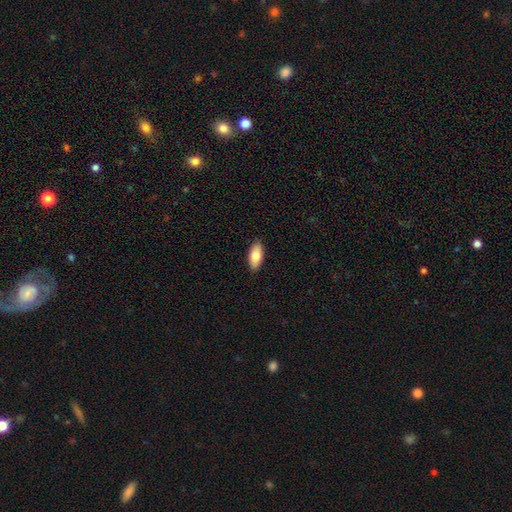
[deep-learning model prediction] smooth 79%, featured or disk 15%, star or artifact 6%. Down the decision tree: how rounded — in between (86%); merging — none (90%).